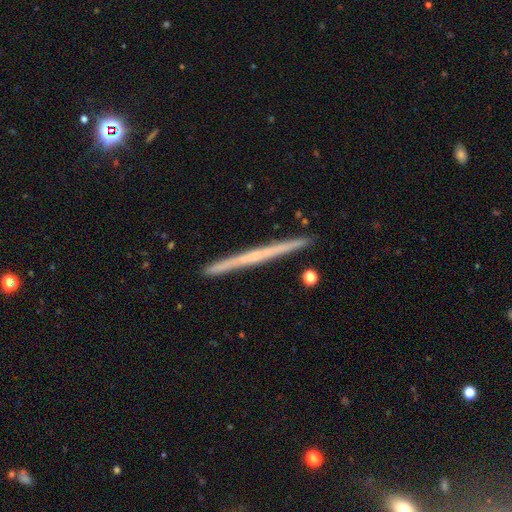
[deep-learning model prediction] Smooth or featured: featured or disk — 63% (smooth — 31%)
Edge-on disk: yes — 98% (no — 2%)
Edge-on bulge: none — 79% (rounded — 17%)
Merging: none — 92% (minor disturbance — 6%)